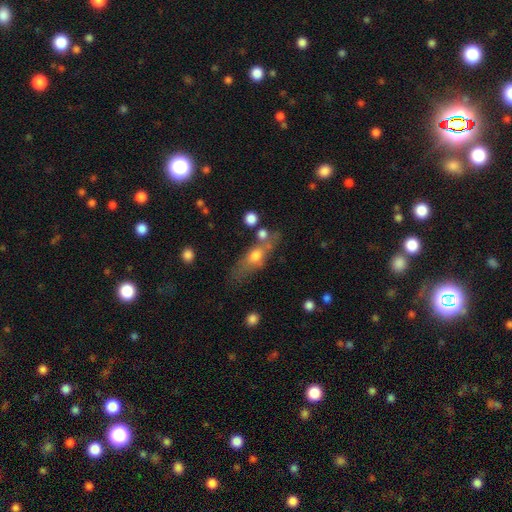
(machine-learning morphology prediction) This is possibly a smooth galaxy (59%). How rounded: possibly in between (54%). Merging: possibly none (53%).